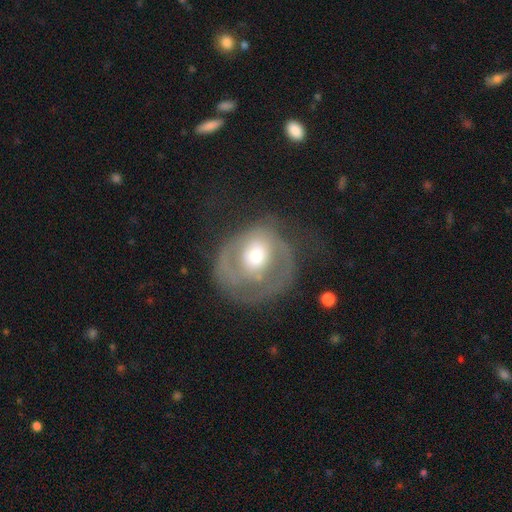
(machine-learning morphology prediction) A featured or disk galaxy (67%) with no bar (73%), spiral arms (64%) and a moderate central bulge (63%). Merging: none (41%).